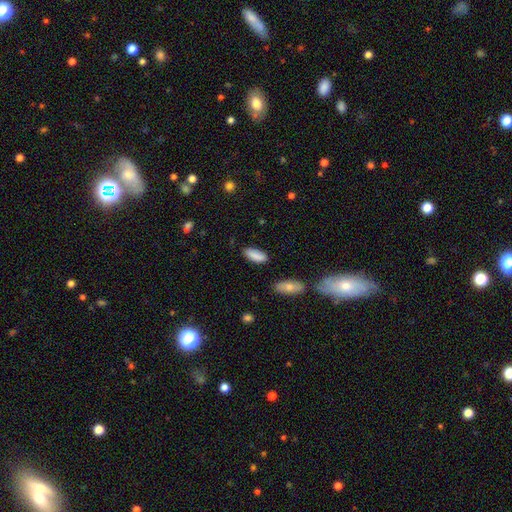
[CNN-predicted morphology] The model was most divided on "how rounded": in between: 80%, cigar-shaped: 18%, round: 2%. More confident: smooth or featured — smooth (86%); merging — none (81%).